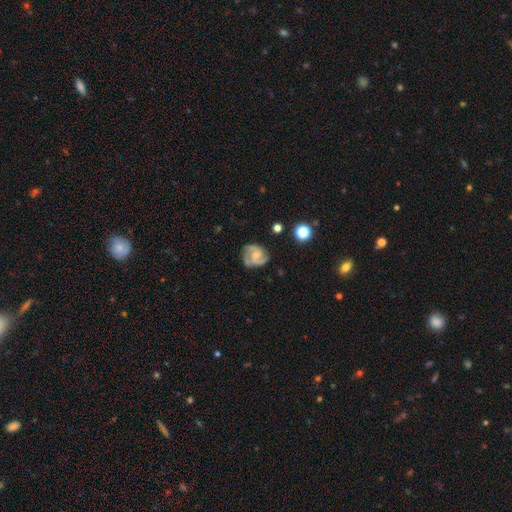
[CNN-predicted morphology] This appears to be a featured or disk galaxy (81%) with no bar (54%), 2 (72%) medium (49%) spiral arms (96%) and a small central bulge (51%). Merging: none (70%).